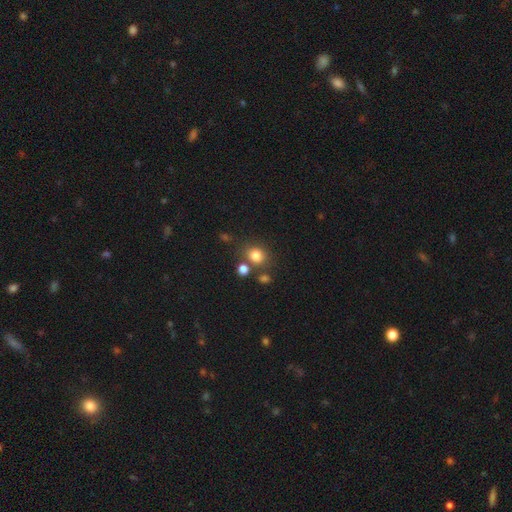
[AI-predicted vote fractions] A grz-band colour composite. It shows a smooth galaxy with no disk features (80%) that is round (71%). Merging: none (70%).